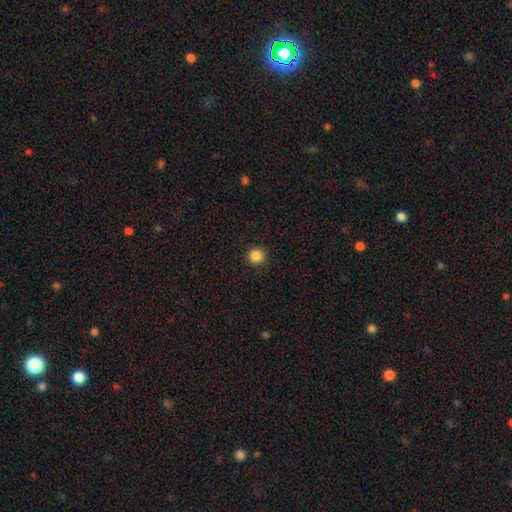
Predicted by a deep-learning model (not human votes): Overall: smooth (86%). How rounded: round (96%). Merging: none (93%).